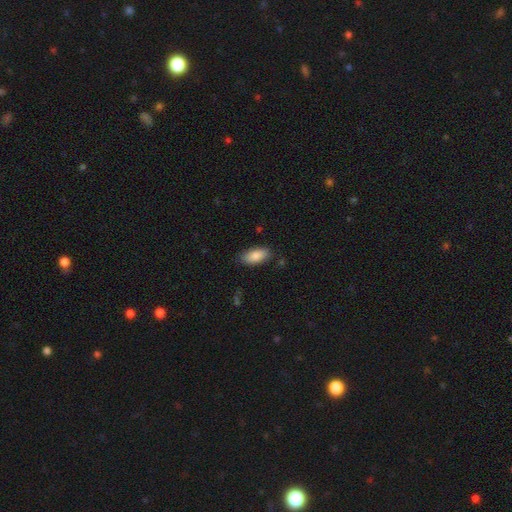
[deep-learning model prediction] Q: Smooth or featured?
A: smooth (86%); runner-up: featured or disk (8%)
Q: How rounded?
A: in between (90%); runner-up: cigar-shaped (8%)
Q: Merging?
A: none (83%); runner-up: minor disturbance (13%)